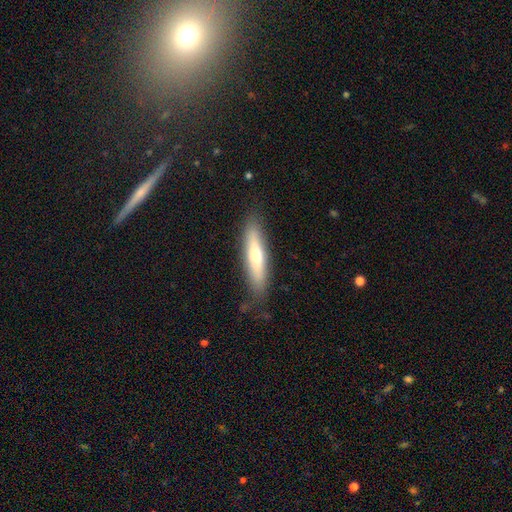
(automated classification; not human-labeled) Q: Smooth or featured?
A: smooth (55%); runner-up: featured or disk (39%)
Q: How rounded?
A: cigar-shaped (79%); runner-up: in between (19%)
Q: Merging?
A: none (82%); runner-up: minor disturbance (13%)